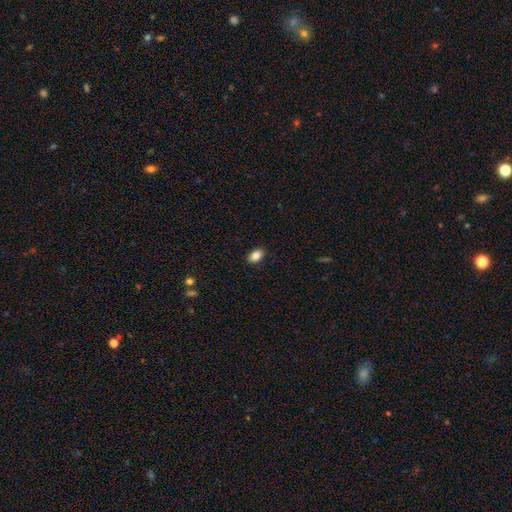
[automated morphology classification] Q: Smooth or featured?
A: smooth (86%); runner-up: star or artifact (9%)
Q: How rounded?
A: in between (86%); runner-up: round (13%)
Q: Merging?
A: none (89%); runner-up: minor disturbance (8%)